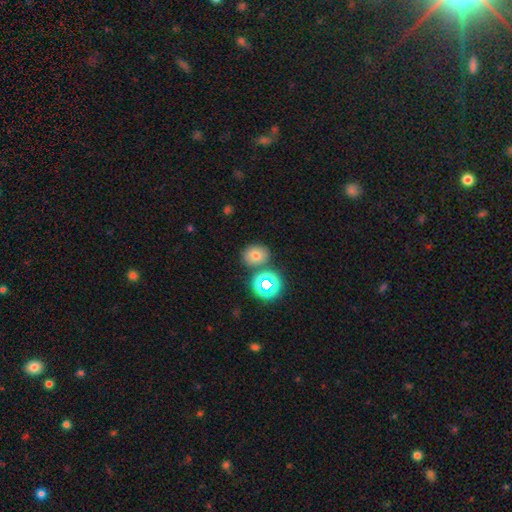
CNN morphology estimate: smooth 68%, star or artifact 22%, featured or disk 11%. Down the decision tree: how rounded — round (67%); merging — none (74%).